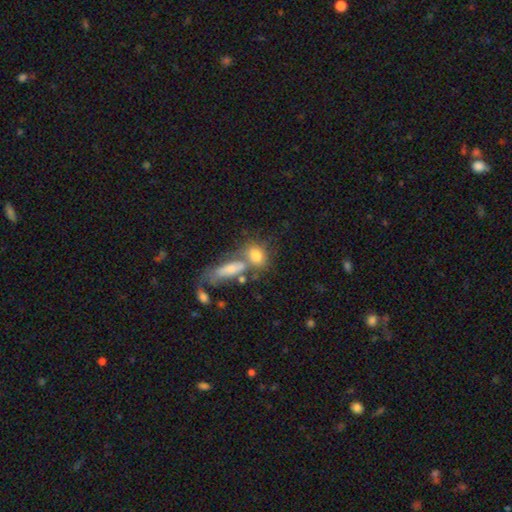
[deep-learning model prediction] Smooth or featured? Predicted: smooth (p=0.74). How rounded? Predicted: in between (p=0.52). Merging? Predicted: merger (p=0.42).